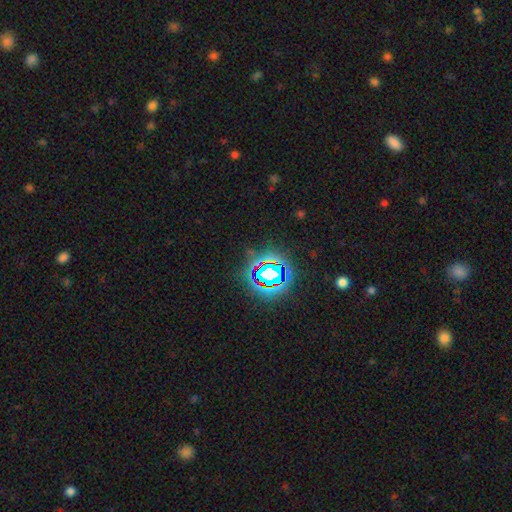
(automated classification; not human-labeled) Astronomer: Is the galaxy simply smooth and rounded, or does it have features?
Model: star or artifact — 81%.